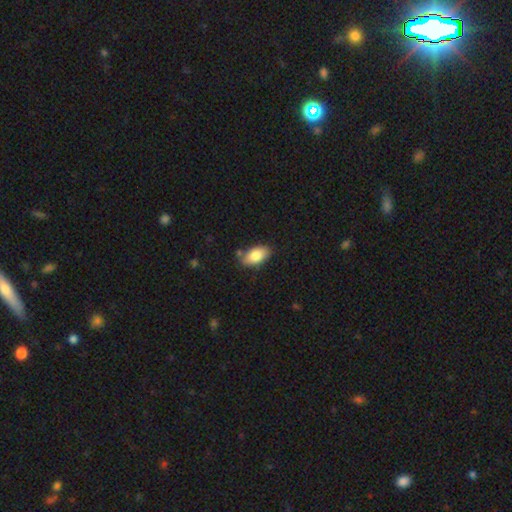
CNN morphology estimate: Overall: smooth (82%). How rounded: in between (93%). Merging: none (79%).